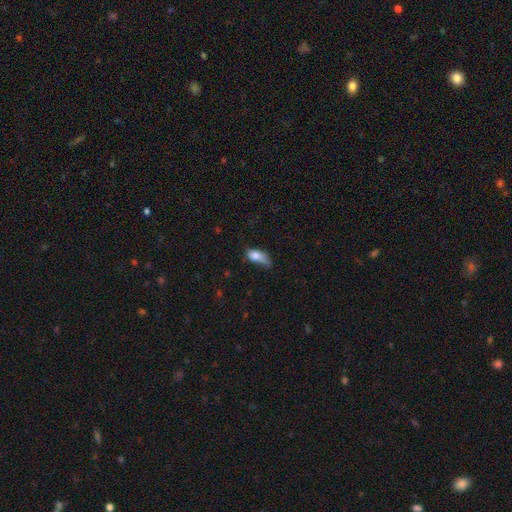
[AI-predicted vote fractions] smooth-or-featured: smooth: 78% | featured or disk: 14% | star or artifact: 8%
  how-rounded: in between: 84% | cigar-shaped: 11% | round: 5%
  merging: minor disturbance: 40% | major disturbance: 29% | none: 27% | merger: 4%